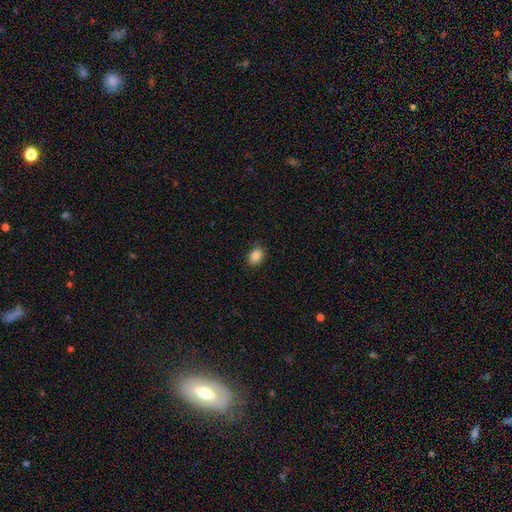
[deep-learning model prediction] A smooth galaxy with no disk features (87%) that is in between round and cigar-shaped (68%). Merging: none (87%).